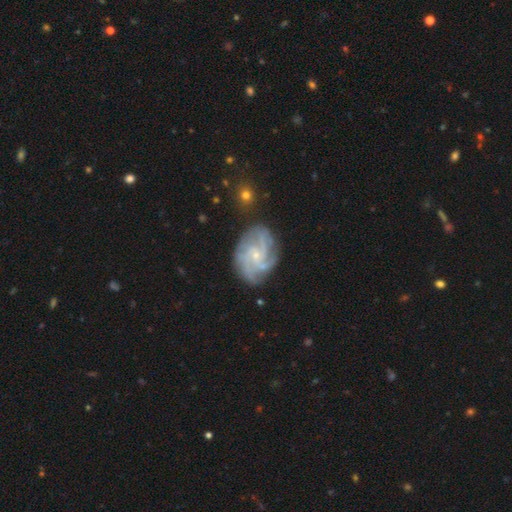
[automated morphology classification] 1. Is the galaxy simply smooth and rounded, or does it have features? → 86% featured or disk, 8% smooth, 6% star or artifact.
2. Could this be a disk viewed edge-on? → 98% no, 2% yes.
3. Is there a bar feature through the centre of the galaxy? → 68% no, 27% weak, 5% strong.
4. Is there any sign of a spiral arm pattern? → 97% yes, 3% no.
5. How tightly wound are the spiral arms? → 51% tight, 39% medium, 10% loose.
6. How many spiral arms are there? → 36% 4, 21% 3, 19% can't tell, 9% more than 4, 8% 2, 6% 1.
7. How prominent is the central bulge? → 78% small, 17% moderate, 3% none, 1% large, 1% dominant.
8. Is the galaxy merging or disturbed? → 74% none, 18% minor disturbance, 7% major disturbance, 2% merger.